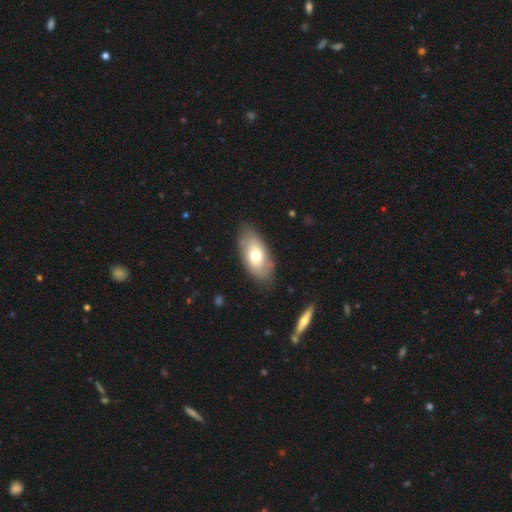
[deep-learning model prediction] Smooth or featured: smooth — 65% (featured or disk — 29%)
How rounded: in between — 91% (cigar-shaped — 5%)
Merging: none — 78% (minor disturbance — 16%)